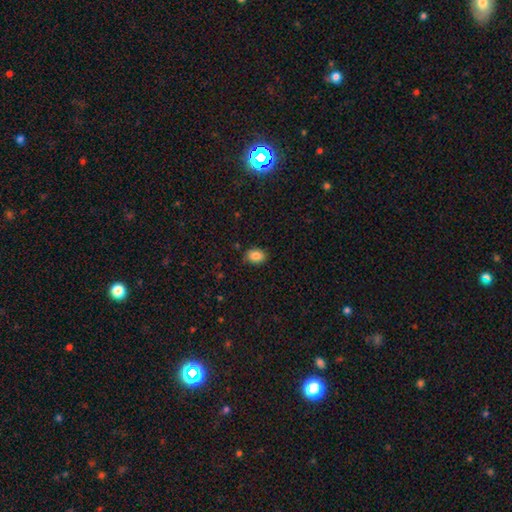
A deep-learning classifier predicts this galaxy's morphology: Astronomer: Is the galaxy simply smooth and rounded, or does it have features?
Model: smooth — 86%.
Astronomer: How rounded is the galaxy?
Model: in between — 74%.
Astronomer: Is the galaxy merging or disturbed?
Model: none — 85%.